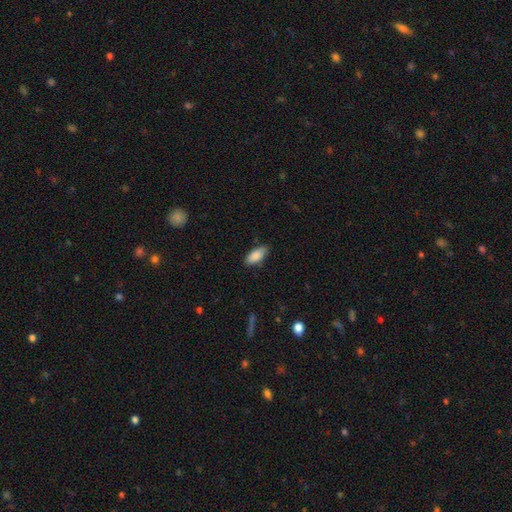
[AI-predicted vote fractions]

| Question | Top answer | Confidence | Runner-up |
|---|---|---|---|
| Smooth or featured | smooth | 88% | star or artifact (6%) |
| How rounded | in between | 88% | cigar-shaped (10%) |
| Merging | none | 80% | minor disturbance (16%) |